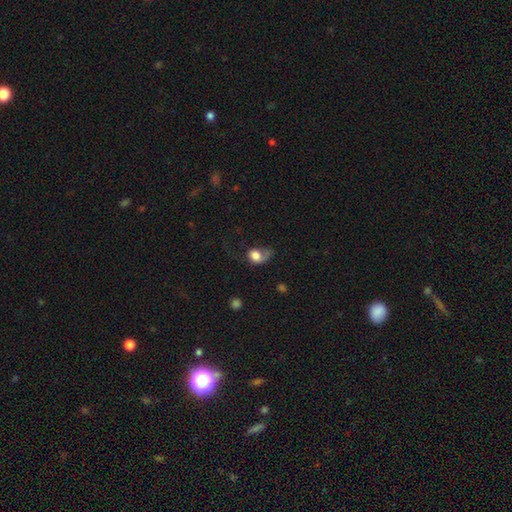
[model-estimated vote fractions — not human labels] Smooth or featured? smooth (70%)
How rounded? in between (52%)
Merging? major disturbance (45%)